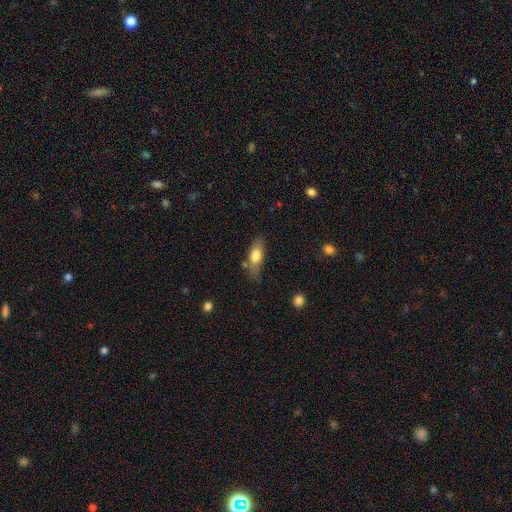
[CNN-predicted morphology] This appears to be a smooth galaxy with no disk features (73%) that is in between round and cigar-shaped (74%). Merging: none (67%).